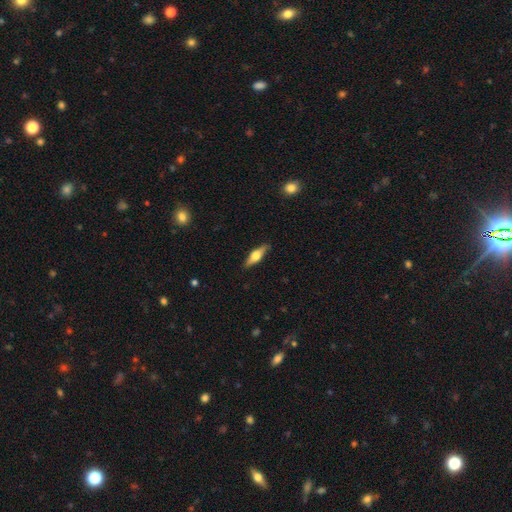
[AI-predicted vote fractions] Q: Smooth or featured?
A: featured or disk (55%); runner-up: smooth (39%)
Q: Edge-on disk?
A: yes (94%); runner-up: no (6%)
Q: Edge-on bulge?
A: rounded (91%); runner-up: boxy (7%)
Q: Merging?
A: none (87%); runner-up: minor disturbance (10%)